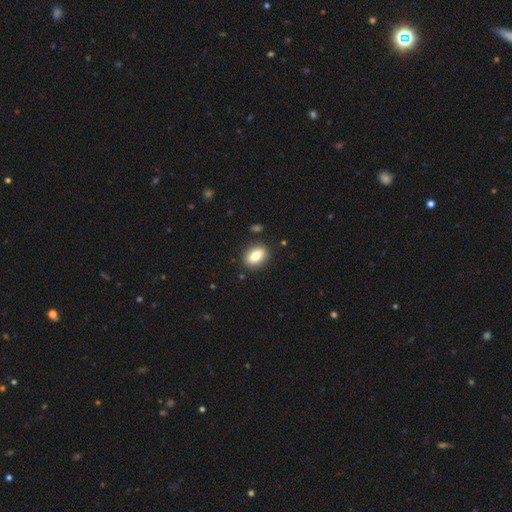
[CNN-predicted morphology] This appears to be a smooth galaxy with no disk features (79%) that is in between round and cigar-shaped (79%). Merging: none (88%).